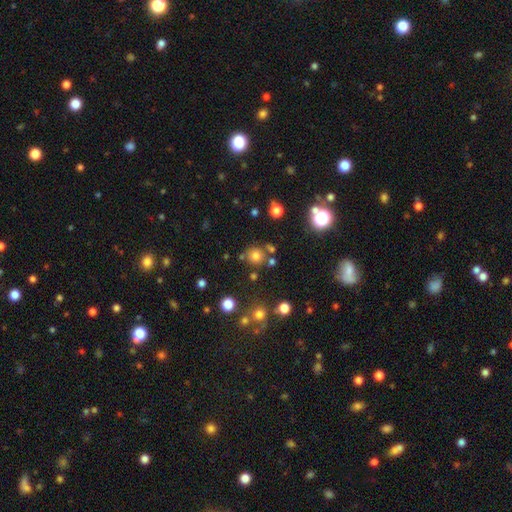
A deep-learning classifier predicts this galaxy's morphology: Q: Smooth or featured?
A: smooth (74%); runner-up: star or artifact (18%)
Q: How rounded?
A: round (90%); runner-up: in between (9%)
Q: Merging?
A: none (77%); runner-up: merger (10%)